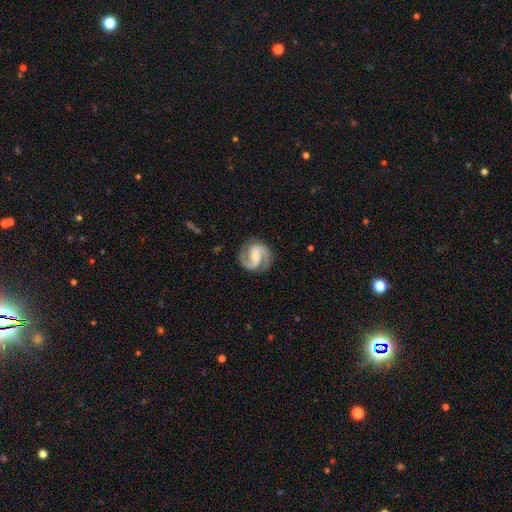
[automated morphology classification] Q: Smooth or featured?
A: featured or disk (91%); runner-up: smooth (5%)
Q: Edge-on disk?
A: no (98%); runner-up: yes (2%)
Q: Bar?
A: weak (44%); runner-up: no (28%)
Q: Spiral arms?
A: yes (98%); runner-up: no (2%)
Q: Spiral winding?
A: medium (58%); runner-up: tight (25%)
Q: Spiral arm count?
A: 2 (93%); runner-up: 3 (2%)
Q: Bulge size?
A: small (48%); runner-up: moderate (37%)
Q: Merging?
A: none (84%); runner-up: minor disturbance (11%)